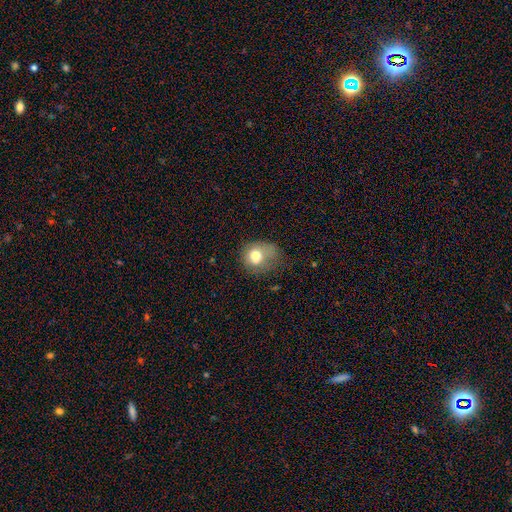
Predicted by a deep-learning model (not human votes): Smooth or featured? Predicted: smooth (p=0.73). How rounded? Predicted: round (p=0.59). Merging? Predicted: minor disturbance (p=0.35).